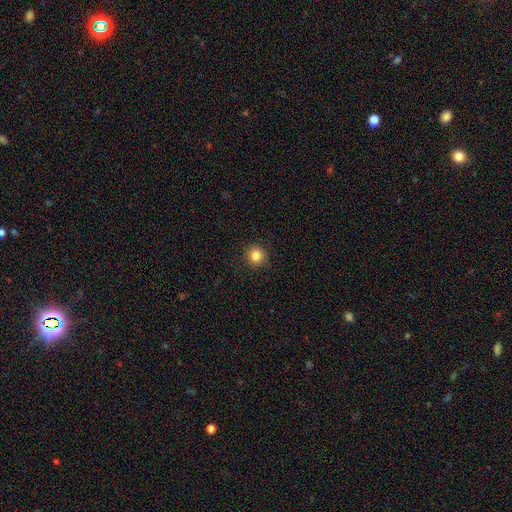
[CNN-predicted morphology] type=smooth (84%); roundness=round (90%); merging=none (91%).